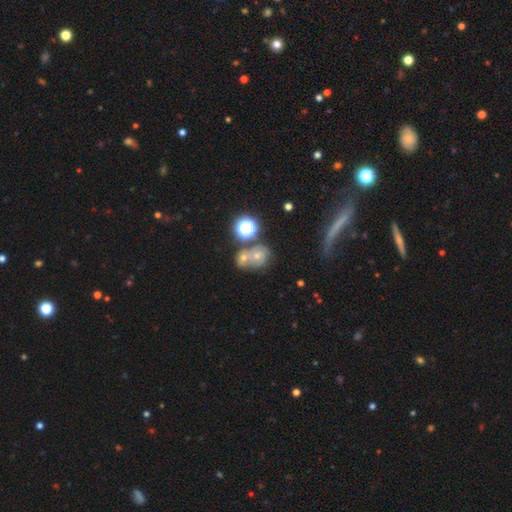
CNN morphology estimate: This is possibly a smooth galaxy (48%). Merging: possibly merger (51%).